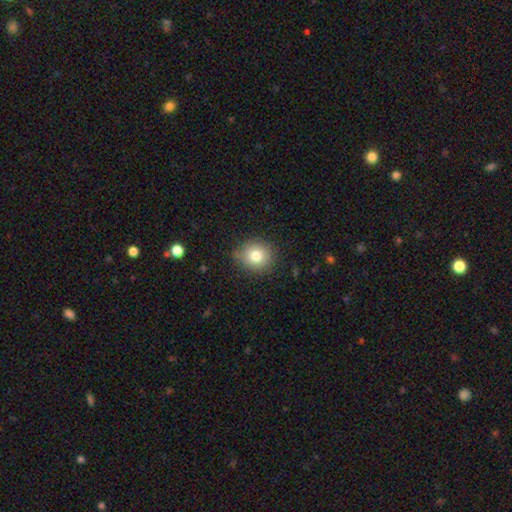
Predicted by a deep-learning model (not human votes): The model was most divided on "merging": none: 81%, minor disturbance: 15%, major disturbance: 3%, merger: 1%. More confident: how rounded — round (83%); smooth or featured — smooth (79%).